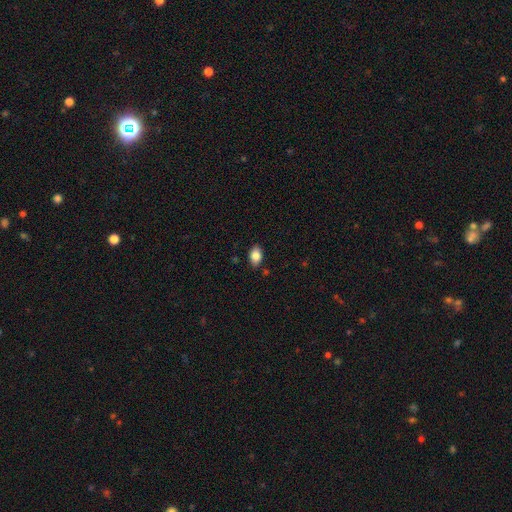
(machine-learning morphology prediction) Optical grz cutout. It shows a smooth galaxy with no disk features (85%) that is in between round and cigar-shaped (88%). Merging: none (86%).